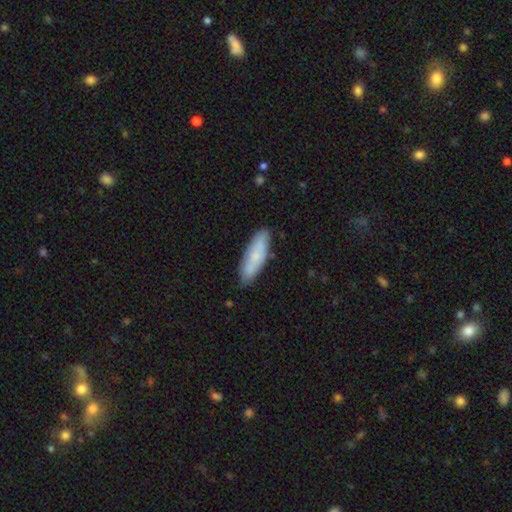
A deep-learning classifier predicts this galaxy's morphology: This is likely a smooth galaxy (75%). How rounded: possibly cigar-shaped (55%). Merging: clearly none (82%).